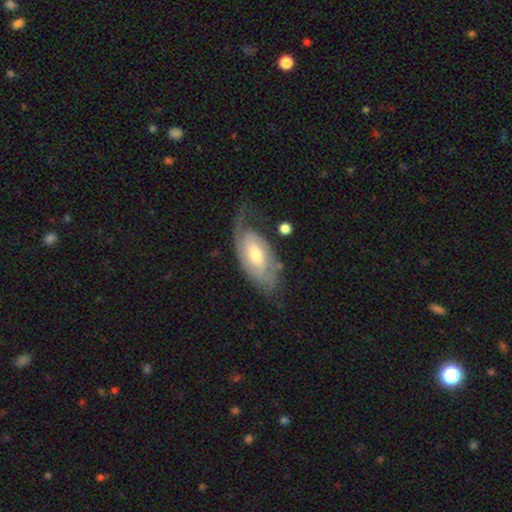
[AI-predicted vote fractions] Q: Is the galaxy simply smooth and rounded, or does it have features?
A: featured or disk — 78%.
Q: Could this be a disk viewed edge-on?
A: no — 93%.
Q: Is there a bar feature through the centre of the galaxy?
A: no — 49%.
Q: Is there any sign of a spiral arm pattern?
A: yes — 92%.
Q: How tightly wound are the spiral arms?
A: tight — 48%.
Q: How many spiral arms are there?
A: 2 — 56%.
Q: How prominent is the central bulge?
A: moderate — 62%.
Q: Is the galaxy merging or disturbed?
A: none — 54%.